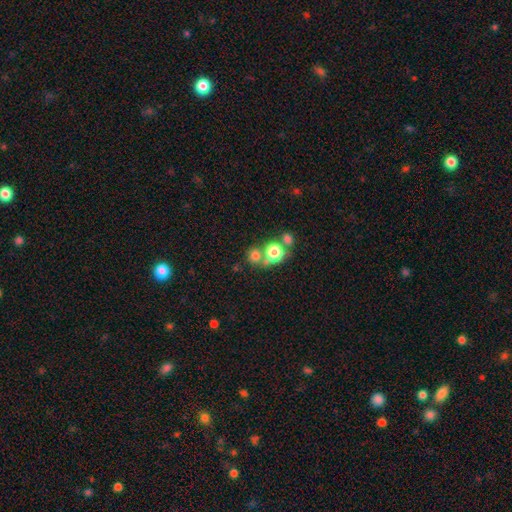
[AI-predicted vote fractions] This appears to be a smooth galaxy with no disk features (71%) that is round (87%). Merging: none (55%).